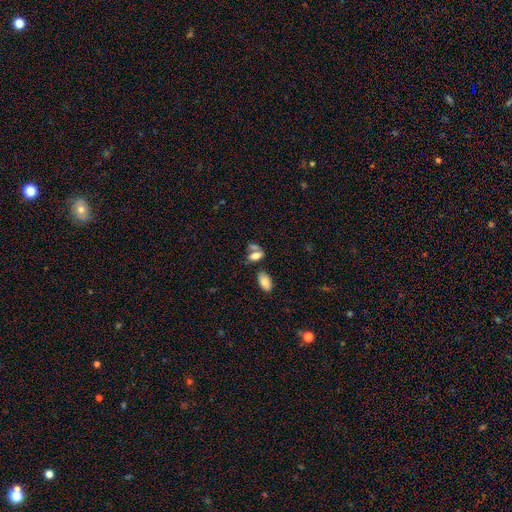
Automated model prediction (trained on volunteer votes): This is likely a smooth galaxy (74%). How rounded: clearly in between (84%). Merging: marginally none (44%).